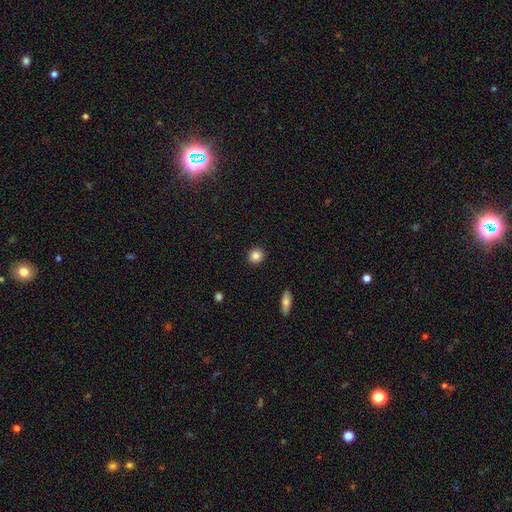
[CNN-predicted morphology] Smooth or featured? smooth (86%)
How rounded? round (89%)
Merging? none (92%)